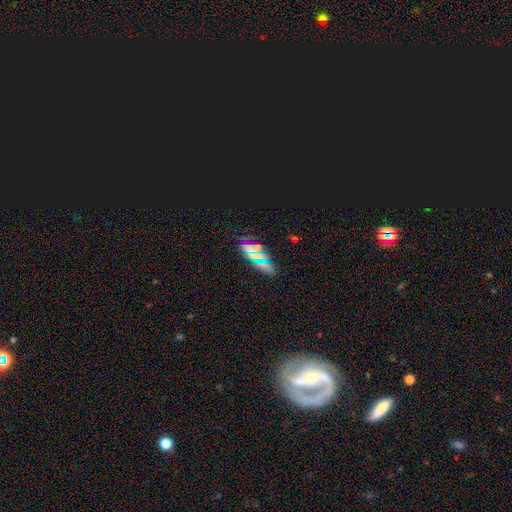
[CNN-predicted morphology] smooth-or-featured: smooth: 48% | star or artifact: 37% | featured or disk: 15%
  merging: none: 73% | minor disturbance: 14% | major disturbance: 7% | merger: 6%